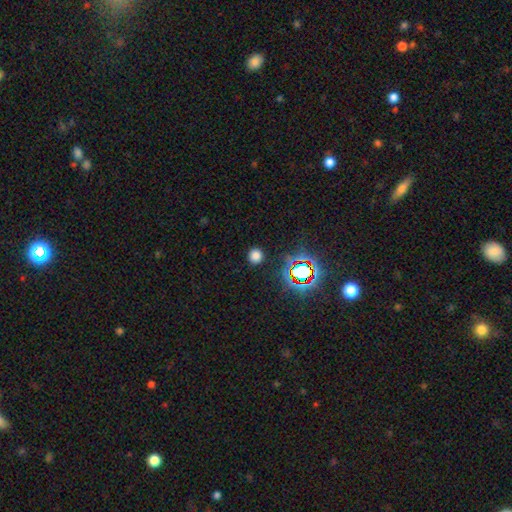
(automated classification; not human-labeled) smooth 73%, star or artifact 22%, featured or disk 5%. Down the decision tree: how rounded — round (89%); merging — none (89%).